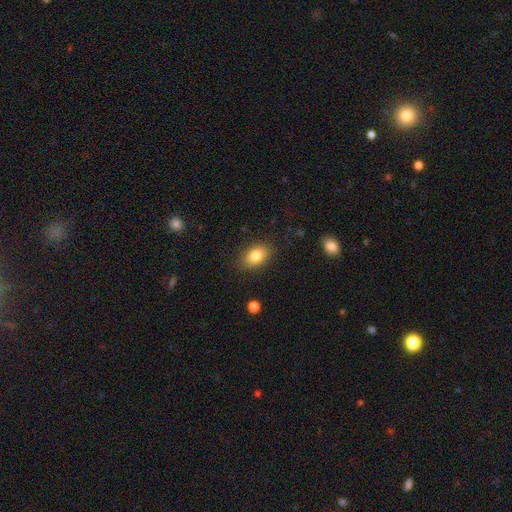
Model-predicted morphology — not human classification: The model was most divided on "how rounded": in between: 81%, round: 18%, cigar-shaped: 1%. More confident: merging — none (85%); smooth or featured — smooth (82%).